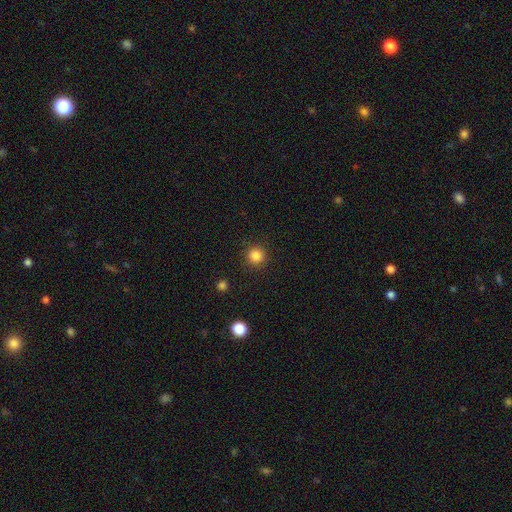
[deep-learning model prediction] Smooth or featured?
  - smooth: 85% *
  - star or artifact: 12%
  - featured or disk: 4%
How rounded?
  - round: 95% *
  - in between: 4%
  - cigar-shaped: 1%
Merging?
  - none: 91% *
  - minor disturbance: 6%
  - major disturbance: 2%
  - merger: 1%